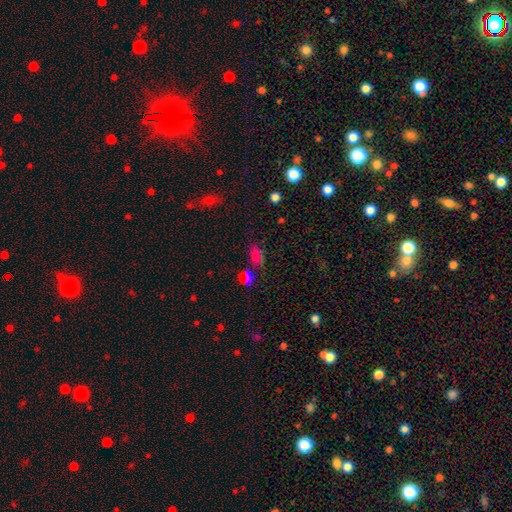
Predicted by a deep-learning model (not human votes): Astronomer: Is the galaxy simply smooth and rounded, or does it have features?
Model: smooth — 66%.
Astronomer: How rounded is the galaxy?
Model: in between — 78%.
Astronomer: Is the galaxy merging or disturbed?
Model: none — 68%.